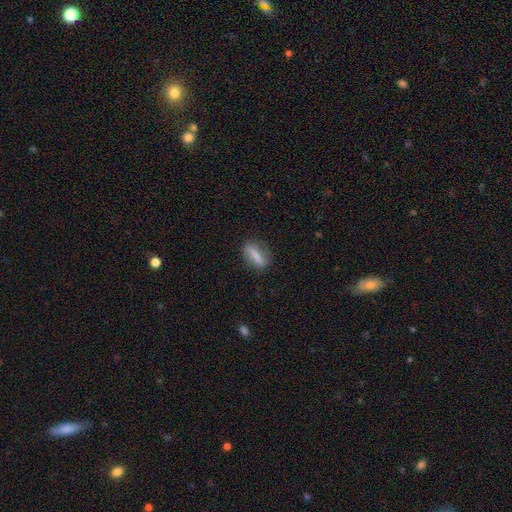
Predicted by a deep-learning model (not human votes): The model was most divided on "how rounded": cigar-shaped: 48%, in between: 46%, round: 6%. More confident: merging — none (81%); smooth or featured — smooth (71%).